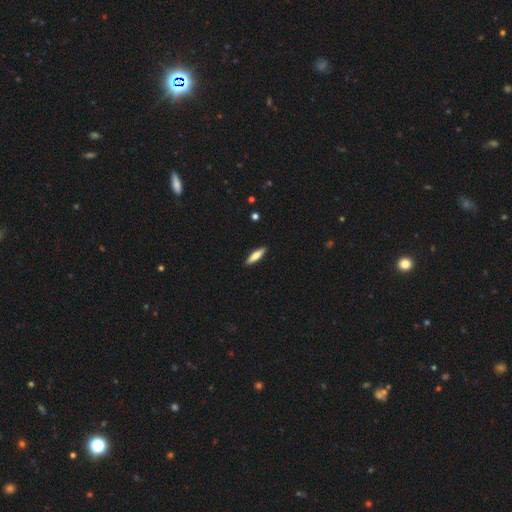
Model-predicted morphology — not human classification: A smooth galaxy with no disk features (64%) that is cigar-shaped (72%). Merging: none (90%).